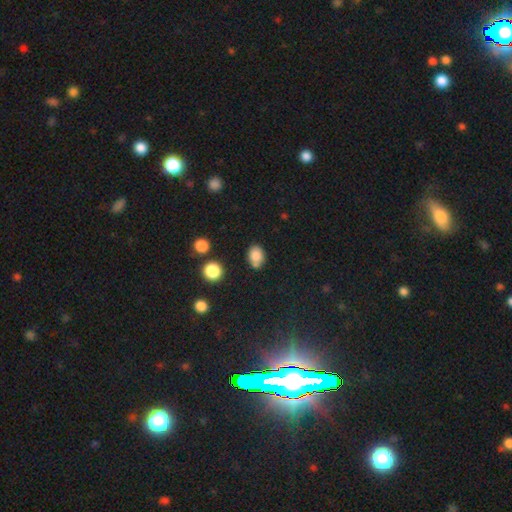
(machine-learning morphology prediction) The model was most divided on "how rounded": in between: 68%, round: 31%, cigar-shaped: 1%. More confident: smooth or featured — smooth (83%); merging — none (66%).